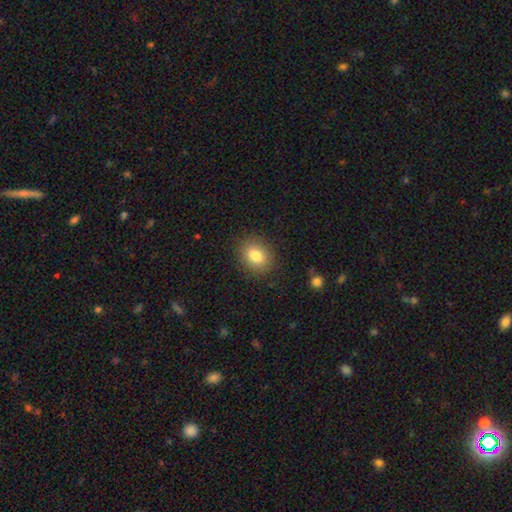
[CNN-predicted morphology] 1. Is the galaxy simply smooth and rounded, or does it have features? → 82% smooth, 10% star or artifact, 9% featured or disk.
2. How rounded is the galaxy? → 52% in between, 47% round, 1% cigar-shaped.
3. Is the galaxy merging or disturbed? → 87% none, 9% minor disturbance, 3% major disturbance, 1% merger.